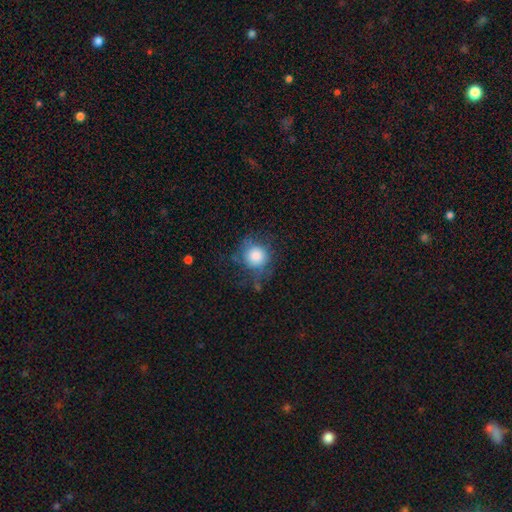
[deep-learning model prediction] The model was most divided on "merging": none: 58%, minor disturbance: 23%, major disturbance: 17%, merger: 2%. More confident: how rounded — round (89%); smooth or featured — smooth (72%).